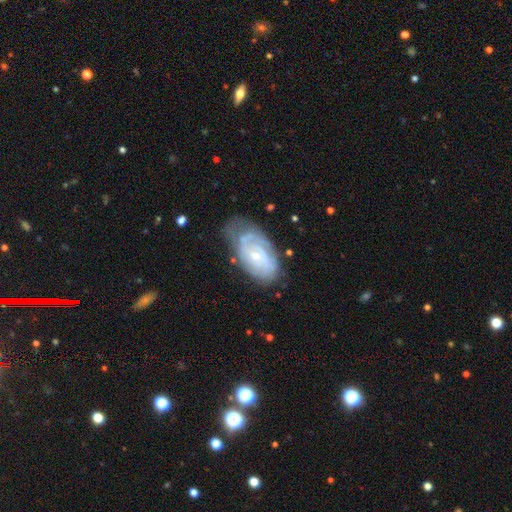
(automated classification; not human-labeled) Q: Smooth or featured?
A: featured or disk (79%); runner-up: smooth (15%)
Q: Edge-on disk?
A: no (96%); runner-up: yes (4%)
Q: Bar?
A: no (67%); runner-up: weak (28%)
Q: Spiral arms?
A: yes (90%); runner-up: no (10%)
Q: Spiral winding?
A: tight (70%); runner-up: medium (24%)
Q: Spiral arm count?
A: can't tell (42%); runner-up: 2 (34%)
Q: Bulge size?
A: small (72%); runner-up: moderate (25%)
Q: Merging?
A: none (56%); runner-up: minor disturbance (29%)